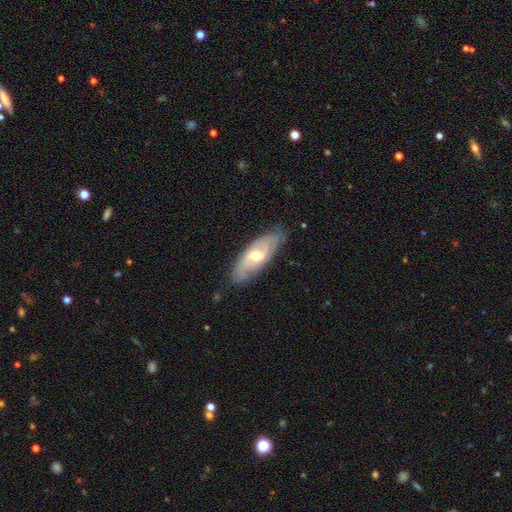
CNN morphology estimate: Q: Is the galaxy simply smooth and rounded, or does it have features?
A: featured or disk — 68%.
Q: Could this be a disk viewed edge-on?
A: no — 84%.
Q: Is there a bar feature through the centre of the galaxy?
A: no — 45%.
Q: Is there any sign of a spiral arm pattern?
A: yes — 82%.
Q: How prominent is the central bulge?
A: moderate — 69%.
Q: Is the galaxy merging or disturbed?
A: none — 79%.